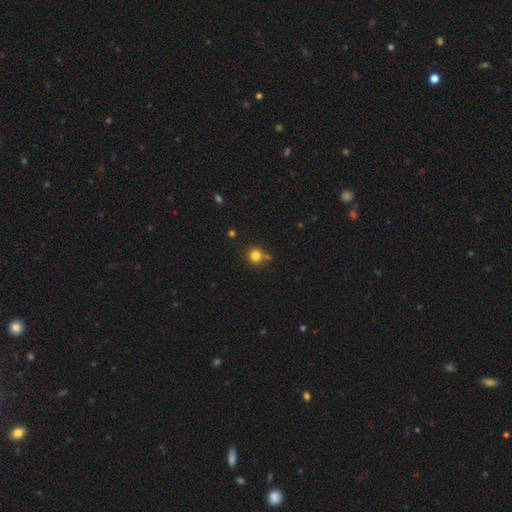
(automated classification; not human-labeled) smooth 80%, star or artifact 13%, featured or disk 6%. Down the decision tree: how rounded — round (92%); merging — none (73%).